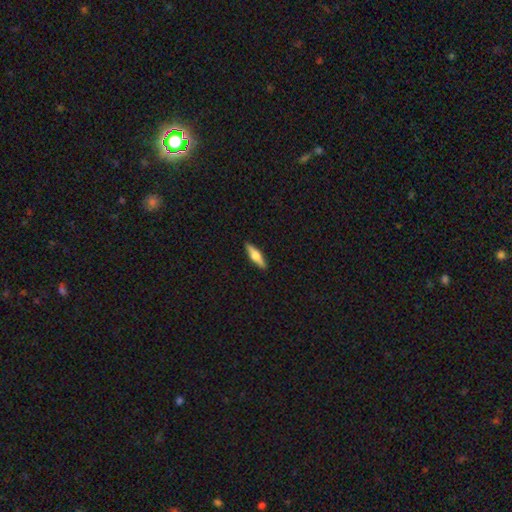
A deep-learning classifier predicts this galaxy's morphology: smooth-or-featured: smooth: 47% (tied) | featured or disk: 47% (tied) | star or artifact: 6%
  merging: none: 91% | minor disturbance: 7% | major disturbance: 1% | merger: 1%